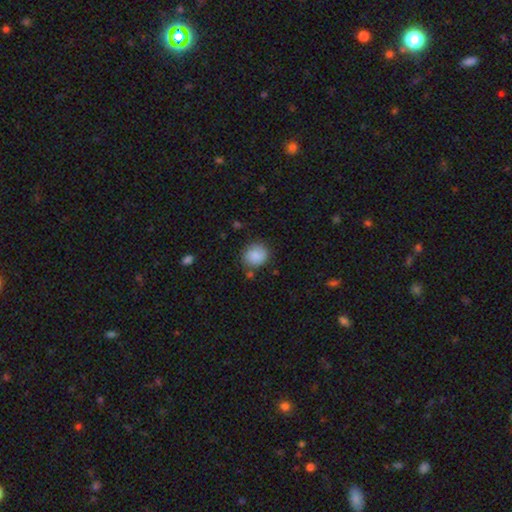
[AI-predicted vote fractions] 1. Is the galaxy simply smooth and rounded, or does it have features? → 87% smooth, 8% star or artifact, 5% featured or disk.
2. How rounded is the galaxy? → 79% round, 20% in between, 1% cigar-shaped.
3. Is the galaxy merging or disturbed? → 78% none, 15% minor disturbance, 4% major disturbance, 4% merger.